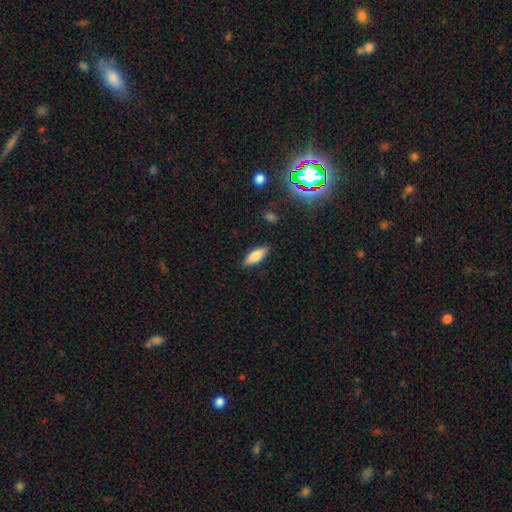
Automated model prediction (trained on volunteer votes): Q: Smooth or featured?
A: smooth (80%); runner-up: featured or disk (13%)
Q: How rounded?
A: in between (68%); runner-up: cigar-shaped (30%)
Q: Merging?
A: none (87%); runner-up: minor disturbance (10%)